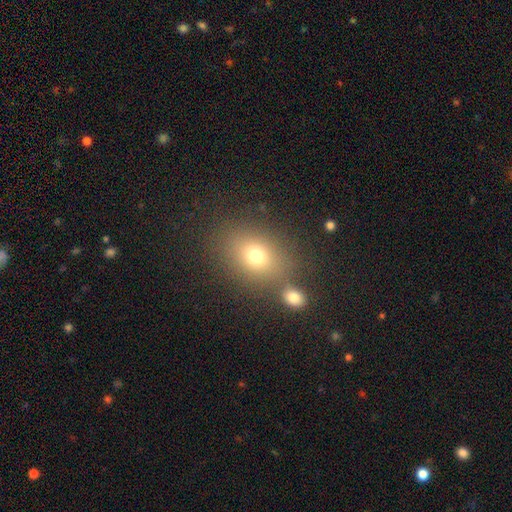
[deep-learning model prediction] smooth_or_featured: smooth (p=0.72) [alt: star or artifact p=0.16]
how_rounded: in between (p=0.60) [alt: round p=0.39]
merging: none (p=0.71) [alt: merger p=0.13]